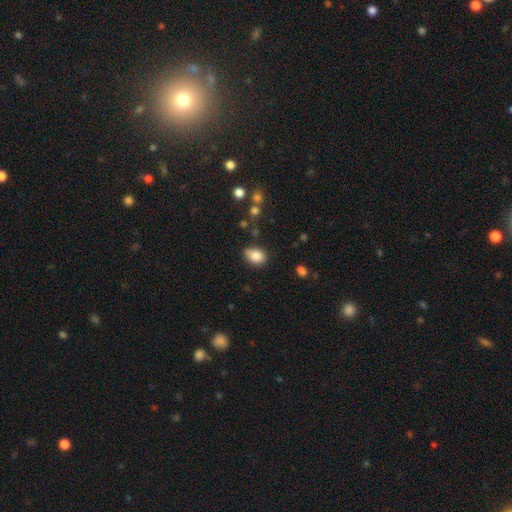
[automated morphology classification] A smooth galaxy with no disk features (86%) that is in between round and cigar-shaped (76%).

Vote fractions:
- Smooth or featured? smooth: 86% / star or artifact: 8% / featured or disk: 6%
- How rounded? in between: 76% / round: 22% / cigar-shaped: 1%
- Merging? none: 74% / minor disturbance: 19% / major disturbance: 4% / merger: 3%